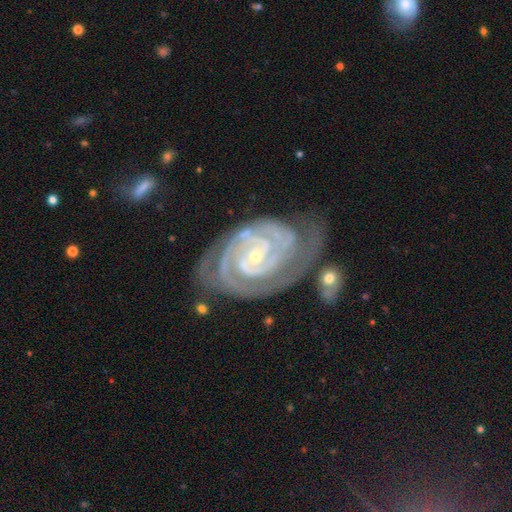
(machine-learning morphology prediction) type=featured or disk (93%); edge-on=no (97%); bar=no (58%); spiral arms=yes (99%); winding=tight (81%); arm count=2 (43%); bulge=small (76%); merging=none (59%).